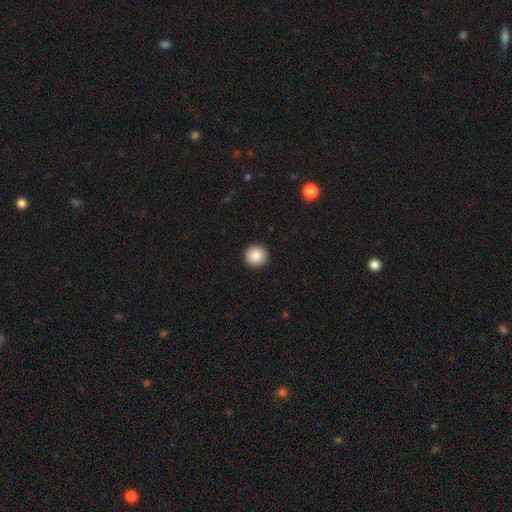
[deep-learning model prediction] Smooth or featured?
  - smooth: 86% *
  - star or artifact: 8%
  - featured or disk: 5%
How rounded?
  - round: 93% *
  - in between: 6%
  - cigar-shaped: 1%
Merging?
  - none: 93% *
  - minor disturbance: 5%
  - major disturbance: 2%
  - merger: 1%